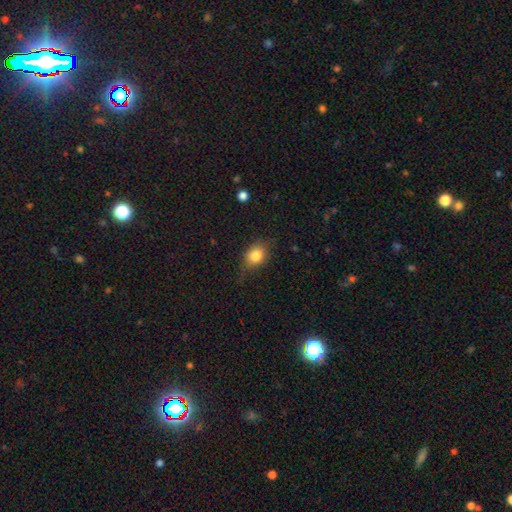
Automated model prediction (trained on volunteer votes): Overall: smooth (79%). How rounded: in between (52%; round 46%). Merging: none (63%; minor disturbance 27%).